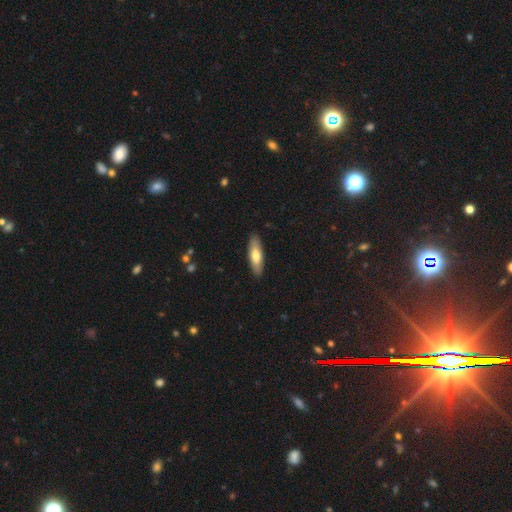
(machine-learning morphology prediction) This is likely a smooth galaxy (67%). How rounded: possibly cigar-shaped (52%). Merging: clearly none (89%).